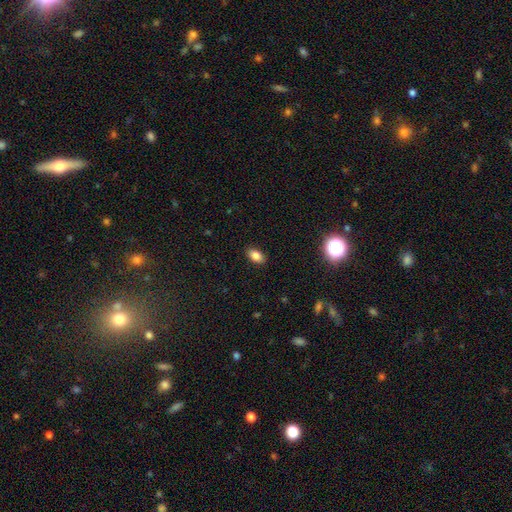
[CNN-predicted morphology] smooth-or-featured: smooth: 82% | star or artifact: 11% | featured or disk: 7%
  how-rounded: in between: 88% | round: 10% | cigar-shaped: 2%
  merging: none: 89% | minor disturbance: 8% | major disturbance: 2% | merger: 1%